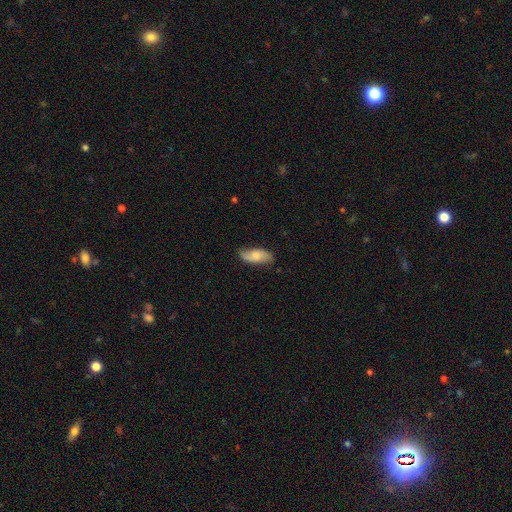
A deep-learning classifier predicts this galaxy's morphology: type=smooth (55%); roundness=in between (85%); merging=none (75%).